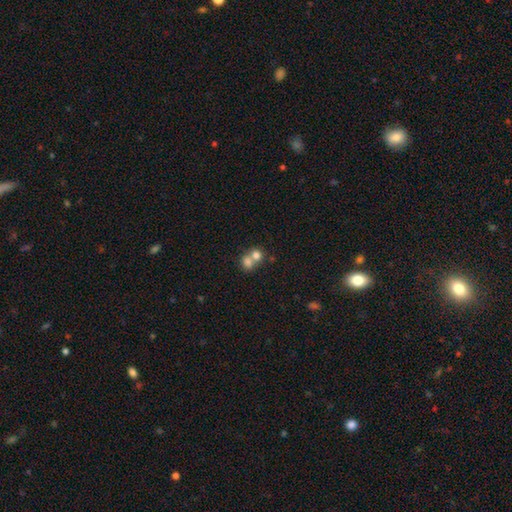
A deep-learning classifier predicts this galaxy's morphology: A smooth galaxy with no disk features (75%) that is round (72%). Merging: merger (66%).